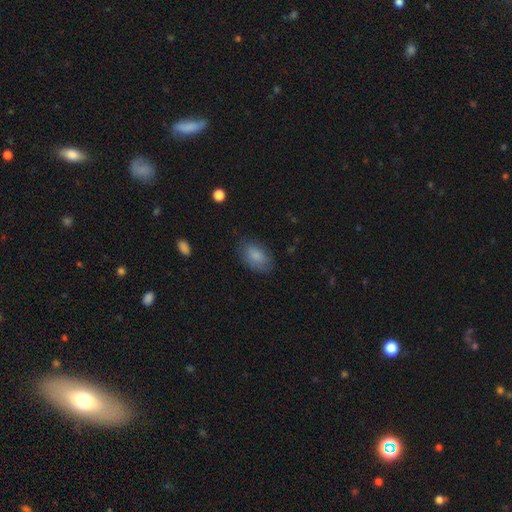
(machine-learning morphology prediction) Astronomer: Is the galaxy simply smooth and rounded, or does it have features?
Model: smooth — 83%.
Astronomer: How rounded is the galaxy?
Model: in between — 91%.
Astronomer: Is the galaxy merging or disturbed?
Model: none — 76%.